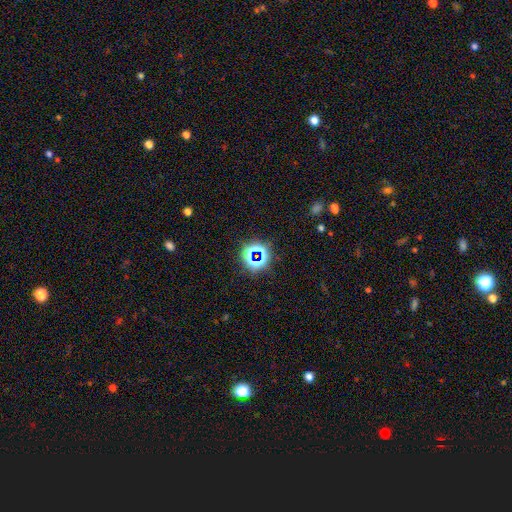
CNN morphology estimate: Smooth or featured? Predicted: star or artifact (p=0.69).